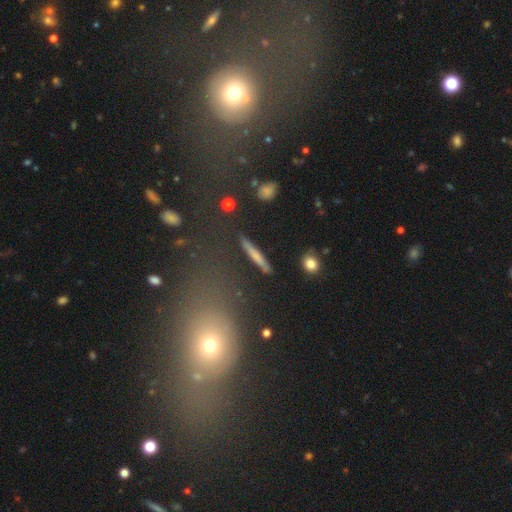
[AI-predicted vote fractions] This is possibly a smooth galaxy (56%). How rounded: clearly cigar-shaped (91%). Merging: clearly none (84%).